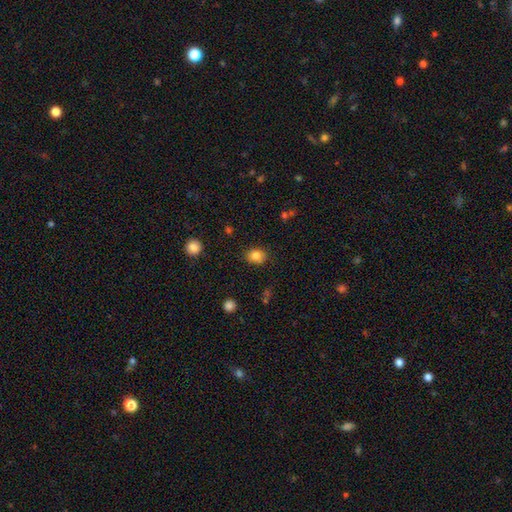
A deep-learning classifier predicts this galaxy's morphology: This appears to be a smooth galaxy with no disk features (83%) that is round (54%). Merging: none (84%).